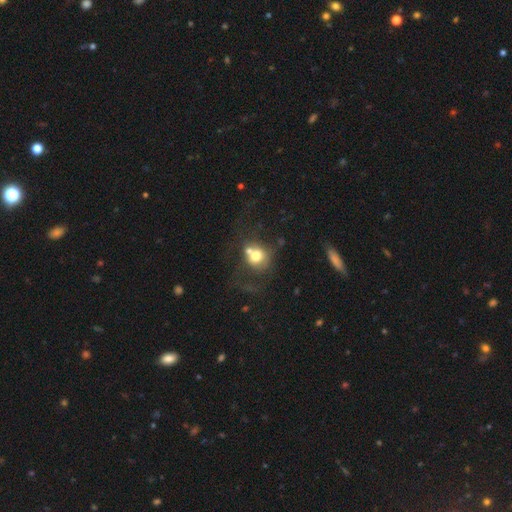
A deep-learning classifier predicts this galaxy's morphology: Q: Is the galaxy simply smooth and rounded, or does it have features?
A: smooth — 64%.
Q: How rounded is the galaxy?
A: round — 78%.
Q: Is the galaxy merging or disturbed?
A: none — 35%, tied with merger.